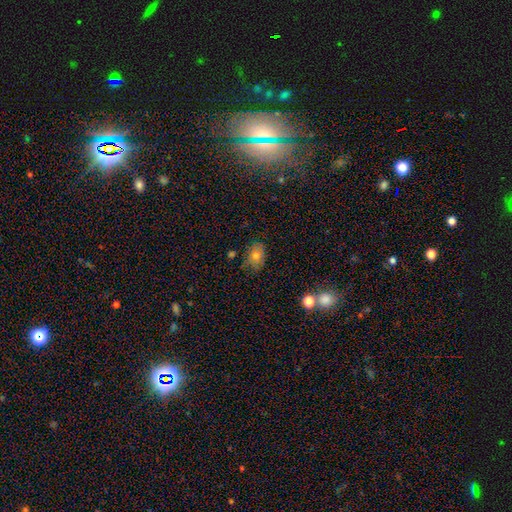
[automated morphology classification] smooth_or_featured: smooth (p=0.67) [alt: featured or disk p=0.19]
how_rounded: in between (p=0.74) [alt: round p=0.24]
merging: none (p=0.72) [alt: minor disturbance p=0.20]